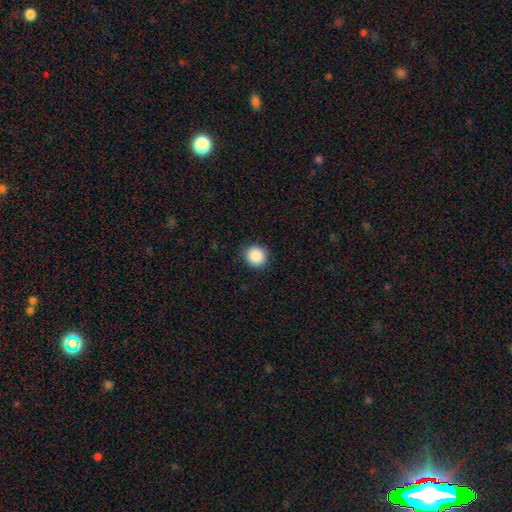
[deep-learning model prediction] Overall: smooth (88%). How rounded: round (91%). Merging: none (90%).